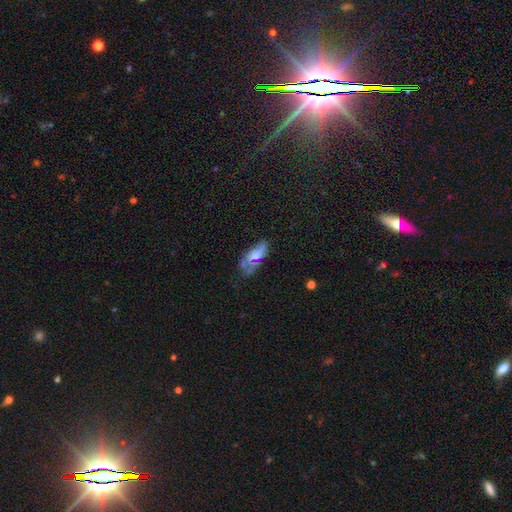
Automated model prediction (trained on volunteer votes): Q: Smooth or featured?
A: smooth (60%); runner-up: featured or disk (29%)
Q: How rounded?
A: in between (75%); runner-up: cigar-shaped (22%)
Q: Merging?
A: none (39%); runner-up: minor disturbance (29%)